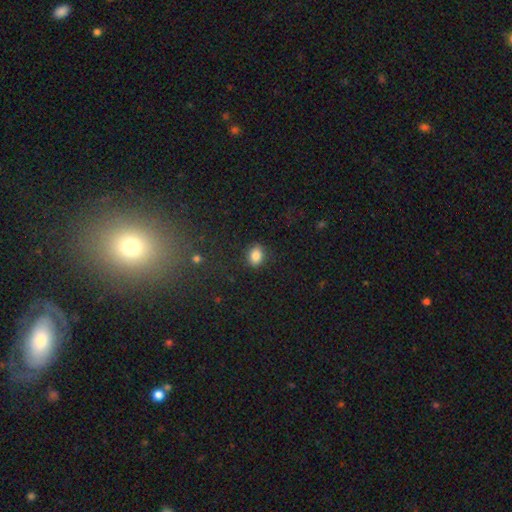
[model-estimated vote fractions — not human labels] smooth-or-featured: smooth: 85% | star or artifact: 10% | featured or disk: 5%
  how-rounded: in between: 63% | round: 36% | cigar-shaped: 1%
  merging: none: 86% | minor disturbance: 10% | major disturbance: 3% | merger: 1%